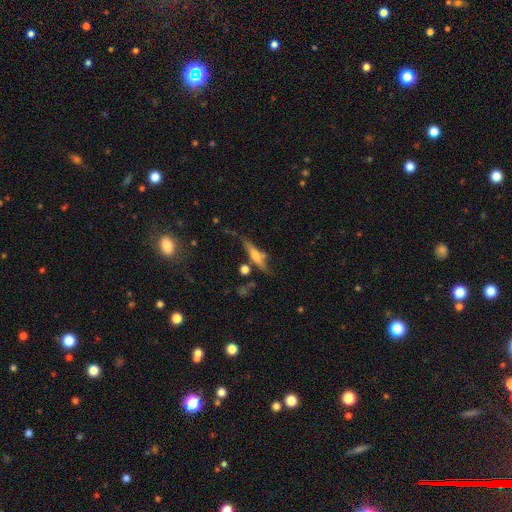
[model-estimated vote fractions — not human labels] This is possibly a featured or disk galaxy (52%). It is clearly viewed edge-on (87%). Merging: likely none (63%).